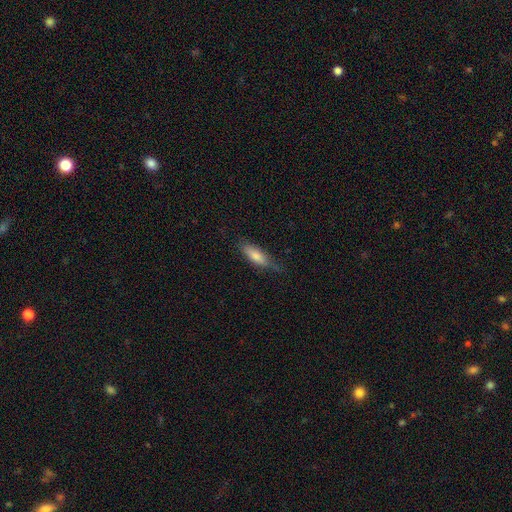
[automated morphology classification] type=smooth (71%); roundness=cigar-shaped (51%); merging=none (65%).